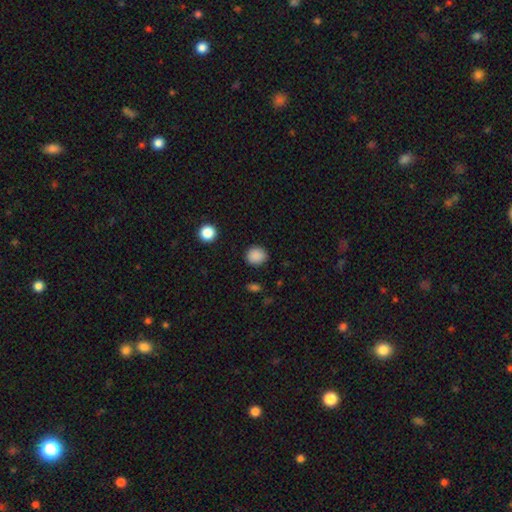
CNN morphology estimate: Smooth or featured: smooth — 87% (star or artifact — 10%)
How rounded: round — 80% (in between — 19%)
Merging: none — 88% (minor disturbance — 8%)